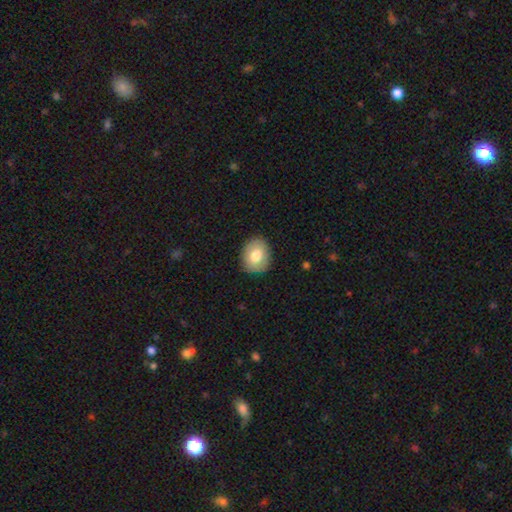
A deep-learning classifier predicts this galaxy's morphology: Q: Smooth or featured?
A: smooth (77%); runner-up: featured or disk (15%)
Q: How rounded?
A: round (53%); runner-up: in between (47%)
Q: Merging?
A: none (87%); runner-up: minor disturbance (10%)